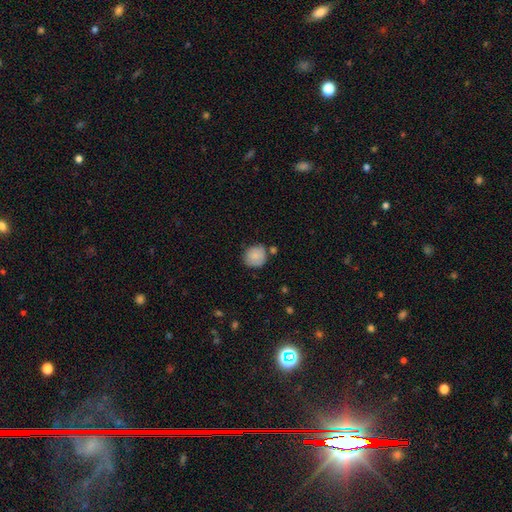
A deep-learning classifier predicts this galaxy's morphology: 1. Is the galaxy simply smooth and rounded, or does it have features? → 85% smooth, 8% star or artifact, 7% featured or disk.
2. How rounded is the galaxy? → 87% round, 12% in between, 1% cigar-shaped.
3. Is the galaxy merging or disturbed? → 73% none, 16% minor disturbance, 7% merger, 4% major disturbance.